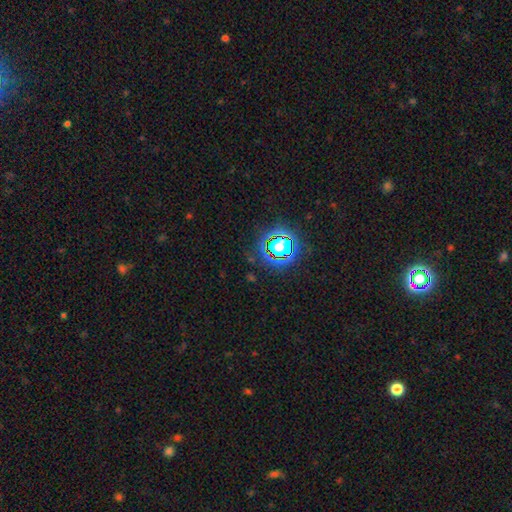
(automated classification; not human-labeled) This is clearly a star or artifact rather than a galaxy (82%).